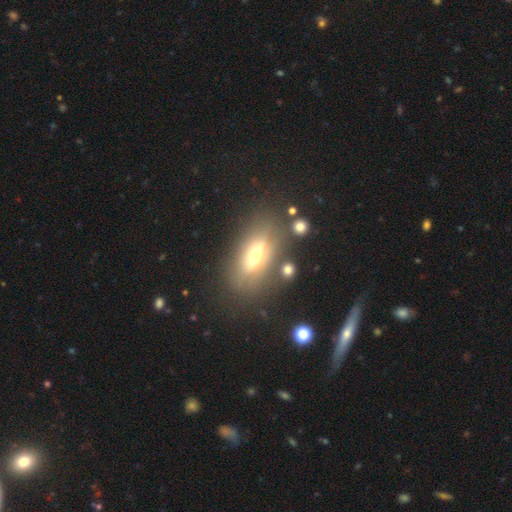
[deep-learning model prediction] Smooth or featured: smooth — 45% (featured or disk — 44%)
Merging: none — 75% (minor disturbance — 14%)